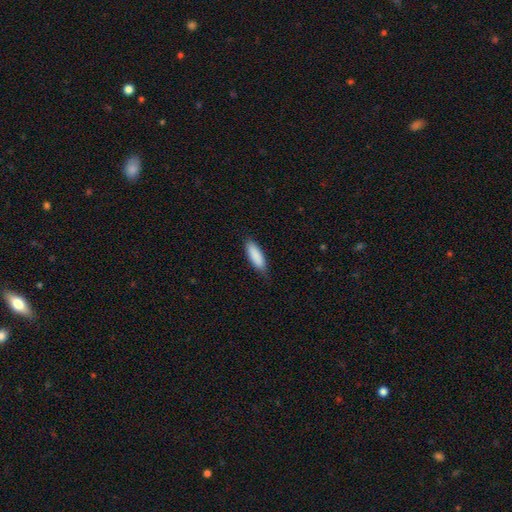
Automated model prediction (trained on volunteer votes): Smooth or featured? smooth (88%)
How rounded? in between (59%)
Merging? none (80%)